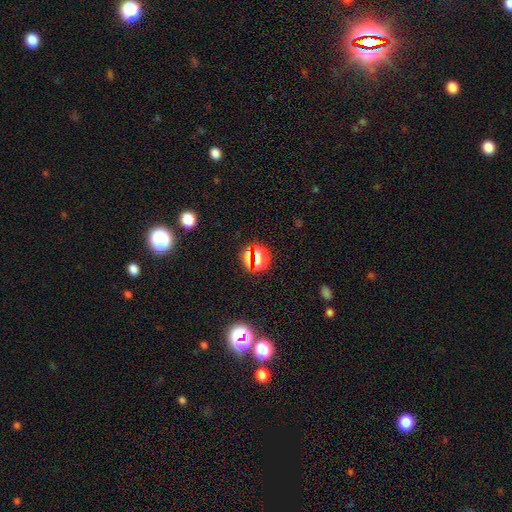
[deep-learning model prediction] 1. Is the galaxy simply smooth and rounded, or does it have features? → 60% star or artifact, 32% smooth, 9% featured or disk.